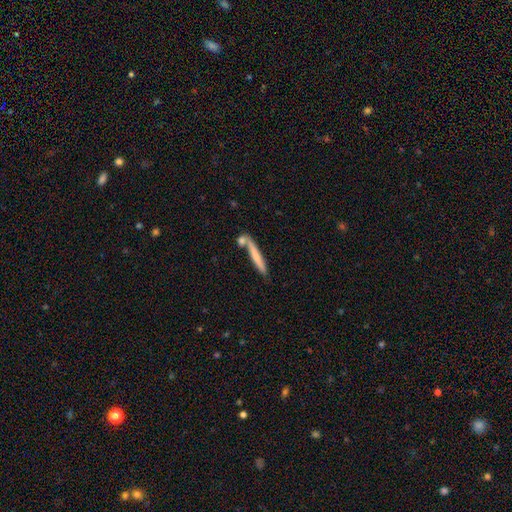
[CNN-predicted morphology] smooth 64%, featured or disk 30%, star or artifact 6%. Down the decision tree: how rounded — cigar-shaped (94%); merging — none (66%).